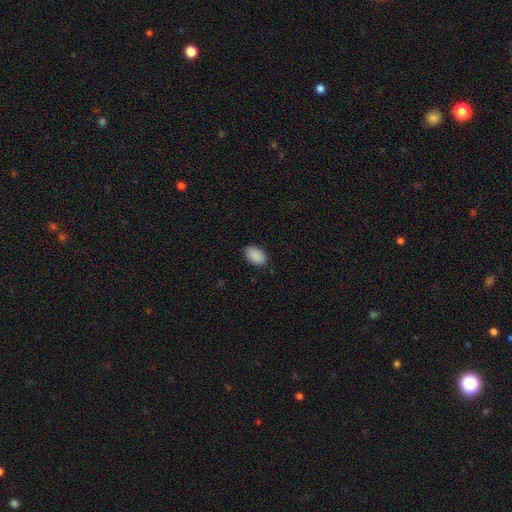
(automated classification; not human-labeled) Q: Smooth or featured?
A: smooth (90%); runner-up: star or artifact (7%)
Q: How rounded?
A: in between (91%); runner-up: round (8%)
Q: Merging?
A: none (86%); runner-up: minor disturbance (11%)